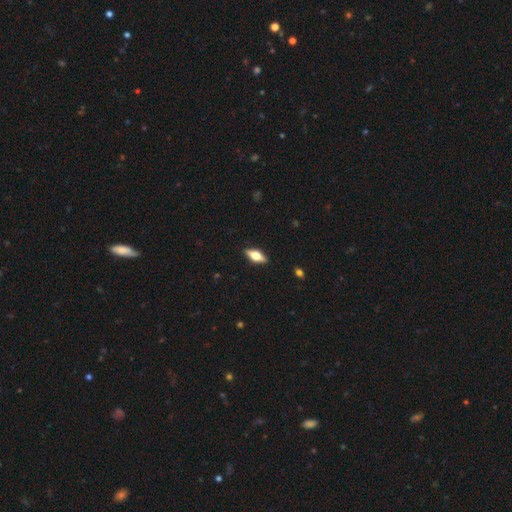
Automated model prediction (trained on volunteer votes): Smooth or featured? featured or disk (50%)
Edge-on disk? yes (91%)
Merging? none (89%)